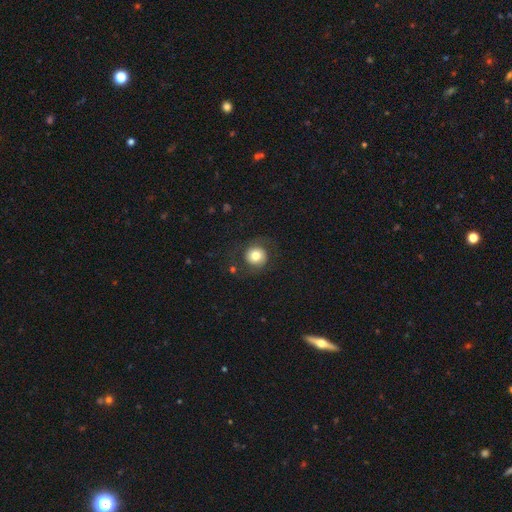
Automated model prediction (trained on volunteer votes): Smooth or featured?
  - smooth: 62% *
  - featured or disk: 29%
  - star or artifact: 9%
How rounded?
  - round: 88% *
  - in between: 11%
  - cigar-shaped: 1%
Merging?
  - none: 70% *
  - major disturbance: 14%
  - minor disturbance: 14%
  - merger: 2%